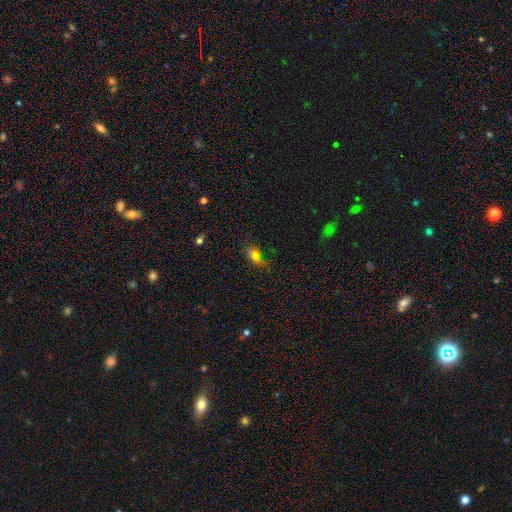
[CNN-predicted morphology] The model was most divided on "smooth or featured": smooth: 51%, star or artifact: 33%, featured or disk: 15%. More confident: how rounded — in between (72%); merging — none (52%).